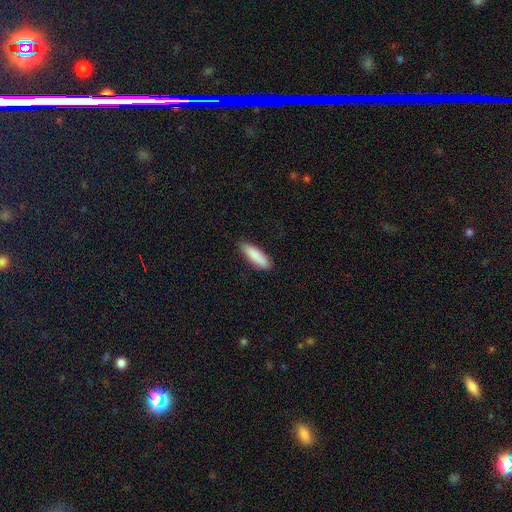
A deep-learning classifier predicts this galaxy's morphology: Overall: smooth (88%). How rounded: in between (50%; cigar-shaped 49%). Merging: none (82%).